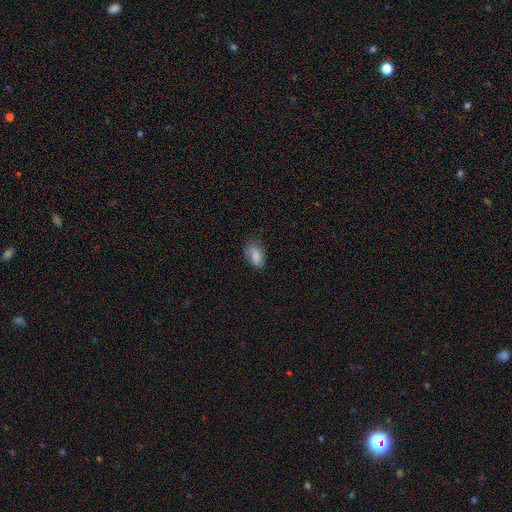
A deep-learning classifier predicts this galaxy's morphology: Q: Smooth or featured?
A: smooth (80%); runner-up: featured or disk (12%)
Q: How rounded?
A: in between (90%); runner-up: round (6%)
Q: Merging?
A: none (59%); runner-up: minor disturbance (29%)